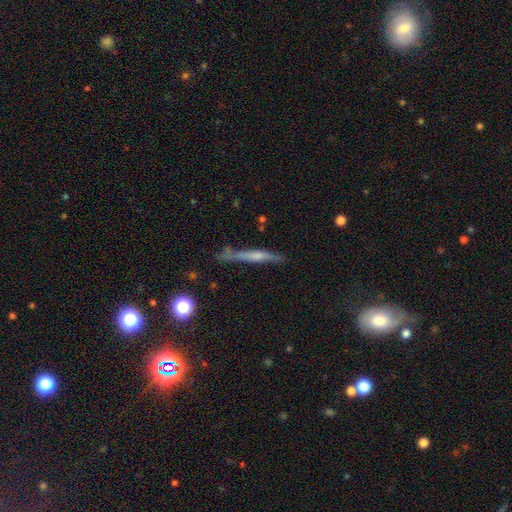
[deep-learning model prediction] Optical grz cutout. It shows a featured or disk galaxy (57%) viewed edge-on (94%) with a rounded central bulge (49%). Merging: none (75%).